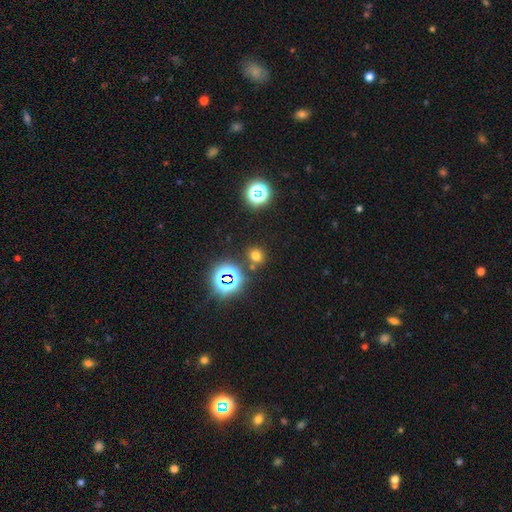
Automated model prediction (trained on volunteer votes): Morphology: type=smooth (66%); roundness=round (78%); merging=none (80%).